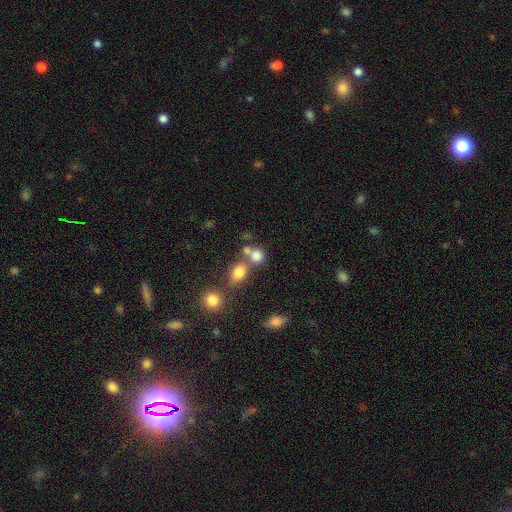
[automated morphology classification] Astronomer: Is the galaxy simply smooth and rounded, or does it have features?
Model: smooth — 77%.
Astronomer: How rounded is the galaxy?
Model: round — 72%.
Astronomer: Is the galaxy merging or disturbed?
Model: none — 47% (runner-up: merger, 39%).